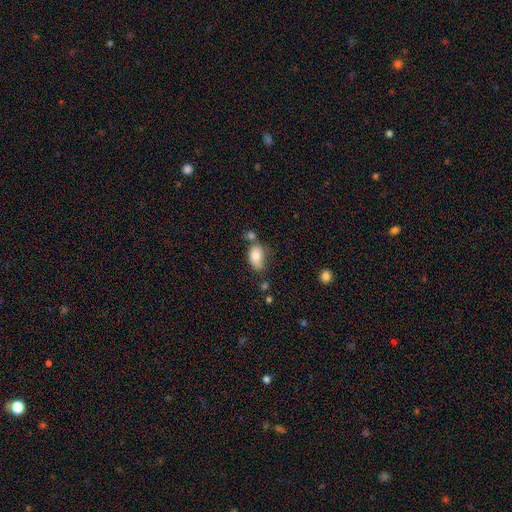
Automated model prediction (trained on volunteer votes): A smooth galaxy with no disk features (79%) that is in between round and cigar-shaped (88%).

Vote fractions:
- Smooth or featured? smooth: 79% / featured or disk: 14% / star or artifact: 8%
- How rounded? in between: 88% / round: 10% / cigar-shaped: 2%
- Merging? none: 42% / minor disturbance: 28% / merger: 19% / major disturbance: 11%